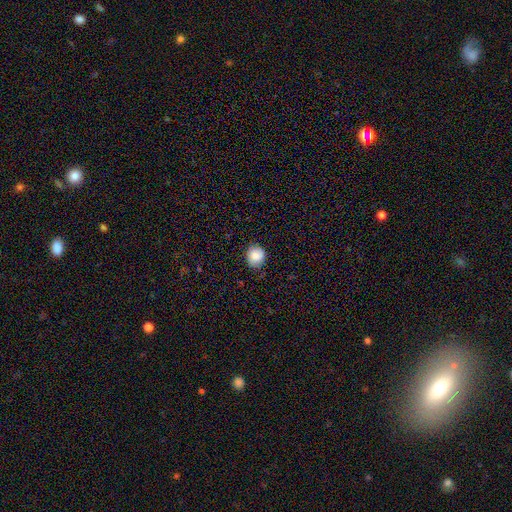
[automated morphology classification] The model was most divided on "how rounded": round: 77%, in between: 22%, cigar-shaped: 1%. More confident: merging — none (82%); smooth or featured — smooth (82%).